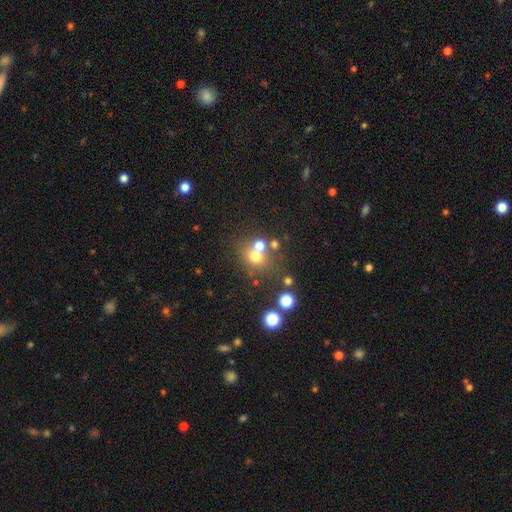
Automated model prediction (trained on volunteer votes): Morphology: type=smooth (65%); roundness=round (77%); merging=none (55%).